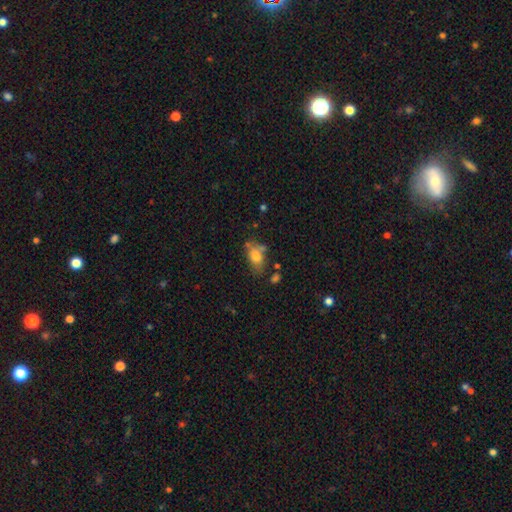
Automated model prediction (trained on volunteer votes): A smooth galaxy with no disk features (75%) that is in between round and cigar-shaped (83%).

Vote fractions:
- Smooth or featured? smooth: 75% / featured or disk: 16% / star or artifact: 10%
- How rounded? in between: 83% / round: 14% / cigar-shaped: 3%
- Merging? none: 51% / minor disturbance: 25% / merger: 15% / major disturbance: 10%